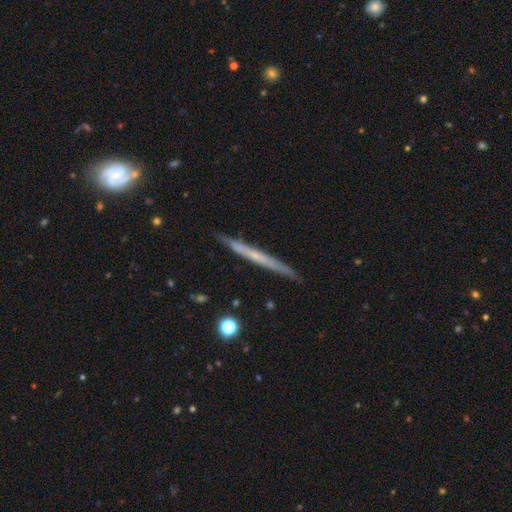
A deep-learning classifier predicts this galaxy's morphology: A featured or disk galaxy (56%) viewed edge-on (96%) with no central bulge (80%). Merging: none (87%).